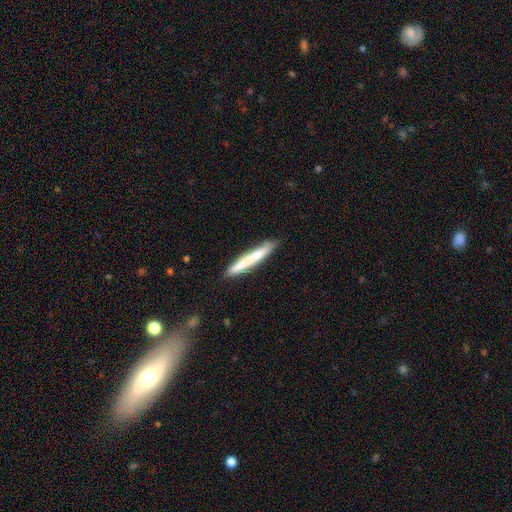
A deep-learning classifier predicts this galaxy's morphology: The model was most divided on "smooth or featured": smooth: 65%, featured or disk: 29%, star or artifact: 6%. More confident: how rounded — cigar-shaped (96%); merging — none (84%).